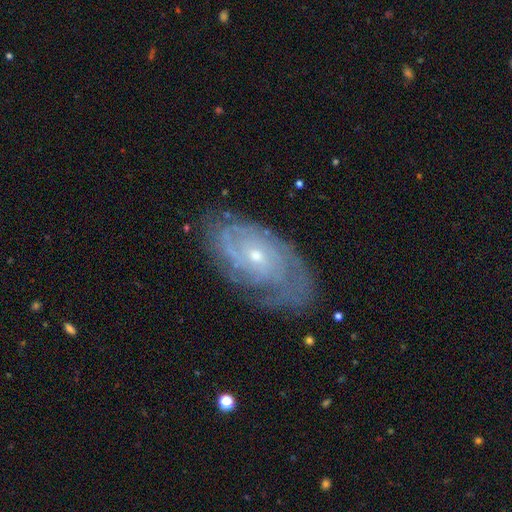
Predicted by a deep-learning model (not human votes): This appears to be a featured or disk galaxy (84%) with no bar (75%), tight (74%) spiral arms (95%) and a small central bulge (71%). Merging: none (74%).